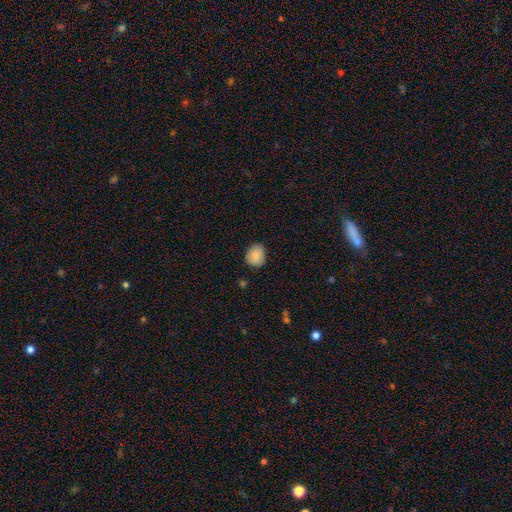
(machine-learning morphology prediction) smooth_or_featured: smooth (p=0.86) [alt: star or artifact p=0.08]
how_rounded: round (p=0.63) [alt: in between p=0.36]
merging: none (p=0.79) [alt: minor disturbance p=0.17]